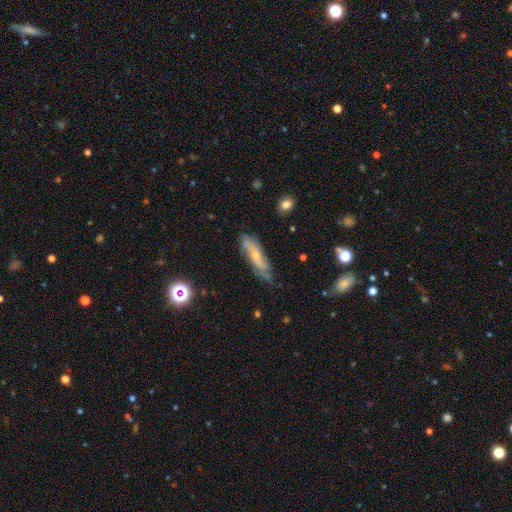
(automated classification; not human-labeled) Smooth or featured? featured or disk (58%)
Edge-on disk? no (65%)
Merging? none (65%)